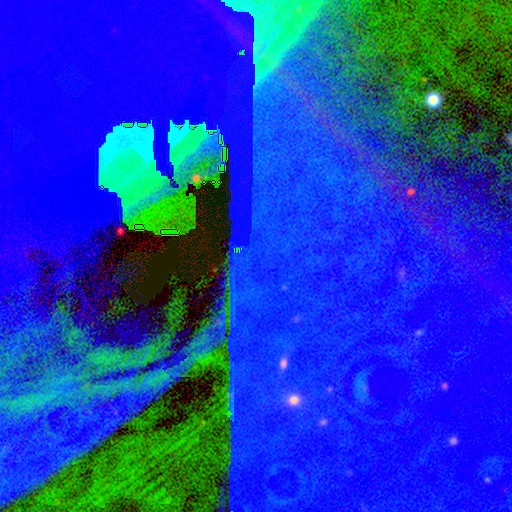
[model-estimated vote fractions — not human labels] A star or artifact, not a galaxy (87%).

Vote fractions:
- Smooth or featured? star or artifact: 87% / featured or disk: 7% / smooth: 6%